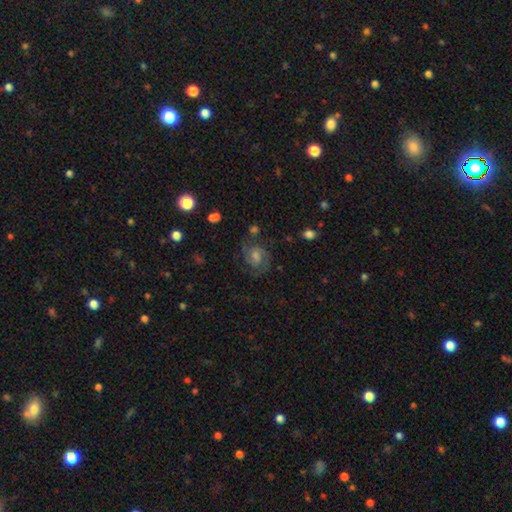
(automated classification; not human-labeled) smooth-or-featured: featured or disk: 66% | smooth: 18% | star or artifact: 17%
  disk-edge-on: no: 97% | yes: 3%
    bar: no: 50% | weak: 42% | strong: 8%
    has-spiral-arms: yes: 93% | no: 7%
      spiral-winding: medium: 47% | tight: 42% | loose: 11%
      spiral-arm-count: 2: 75% | can't tell: 13% | 3: 5% | 1: 3% | 4: 2% | more than 4: 2%
    bulge-size: moderate: 47% | small: 35% | large: 9% | none: 7% | dominant: 2%
  merging: none: 77% | minor disturbance: 14% | major disturbance: 7% | merger: 2%